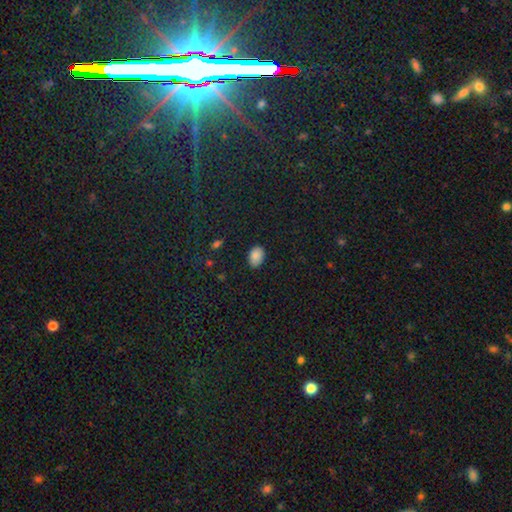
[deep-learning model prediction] Smooth or featured?
  - smooth: 86% *
  - star or artifact: 9%
  - featured or disk: 5%
How rounded?
  - in between: 81% *
  - round: 18%
  - cigar-shaped: 1%
Merging?
  - none: 84% *
  - minor disturbance: 13%
  - major disturbance: 2%
  - merger: 1%